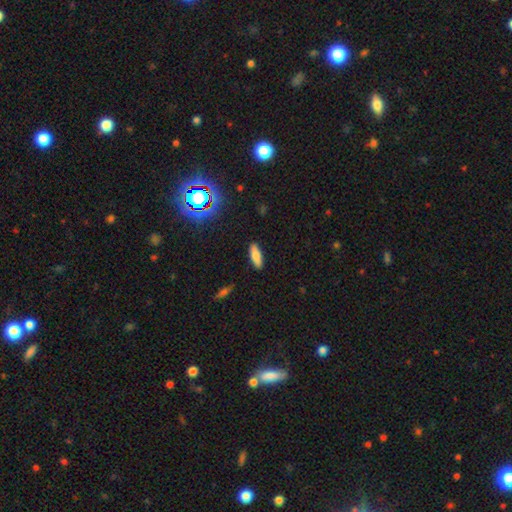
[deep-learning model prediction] Q: Smooth or featured?
A: smooth (78%); runner-up: featured or disk (13%)
Q: How rounded?
A: in between (62%); runner-up: cigar-shaped (36%)
Q: Merging?
A: none (89%); runner-up: minor disturbance (8%)